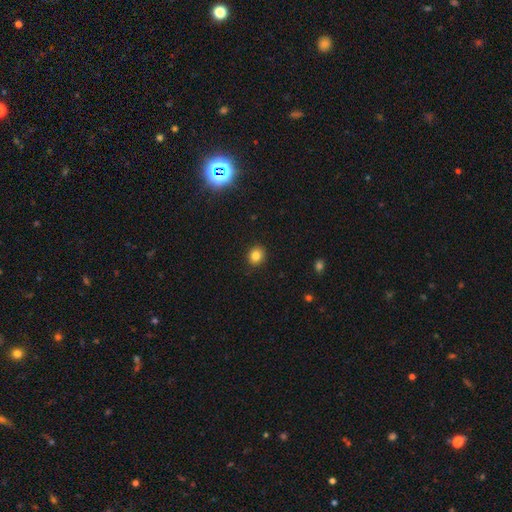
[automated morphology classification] This is clearly a smooth galaxy (83%). How rounded: likely round (72%). Merging: clearly none (90%).